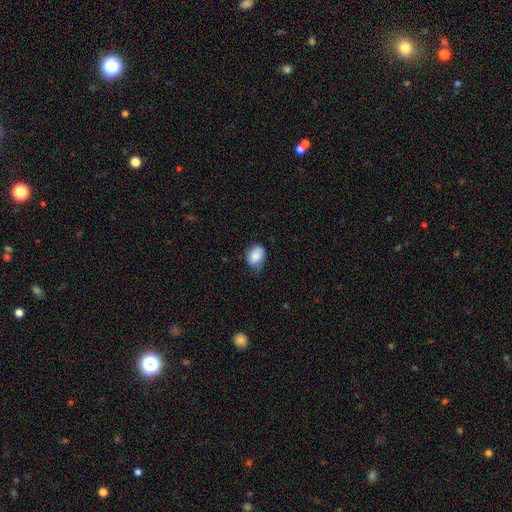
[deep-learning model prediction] Smooth or featured? smooth (82%)
How rounded? in between (59%)
Merging? none (48%)